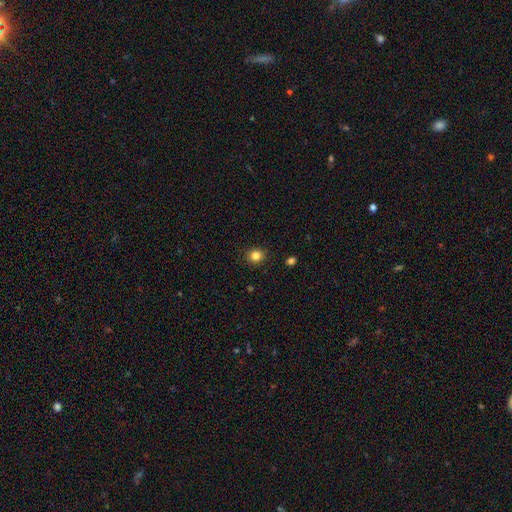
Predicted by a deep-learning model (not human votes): A smooth galaxy with no disk features (84%) that is round (86%).

Vote fractions:
- Smooth or featured? smooth: 84% / star or artifact: 12% / featured or disk: 4%
- How rounded? round: 86% / in between: 13% / cigar-shaped: 1%
- Merging? none: 90% / minor disturbance: 6% / major disturbance: 2% / merger: 1%